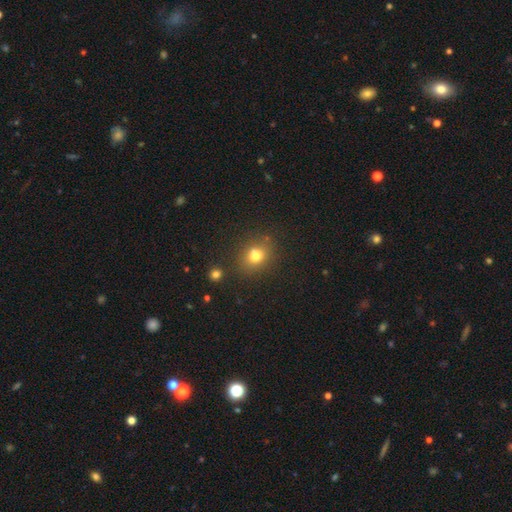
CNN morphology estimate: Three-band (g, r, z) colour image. It shows a smooth galaxy with no disk features (75%) that is round (56%). Merging: none (66%).